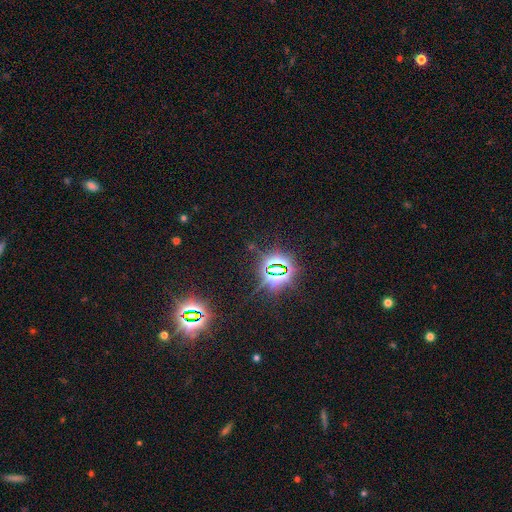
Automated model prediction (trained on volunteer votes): This appears to be a star or artifact, not a galaxy (82%).